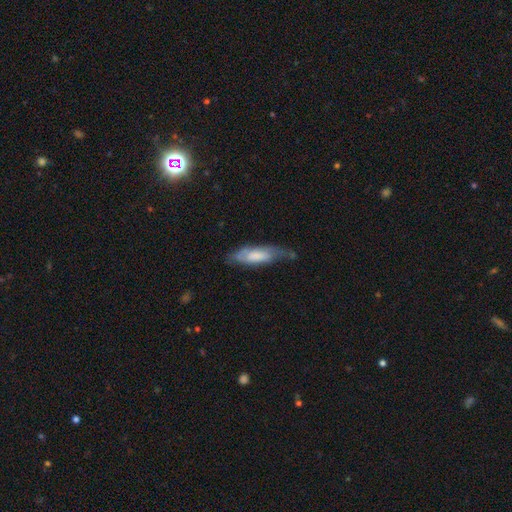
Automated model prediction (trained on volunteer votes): This is possibly a smooth galaxy (59%). How rounded: possibly in between (52%). Merging: marginally none (44%).